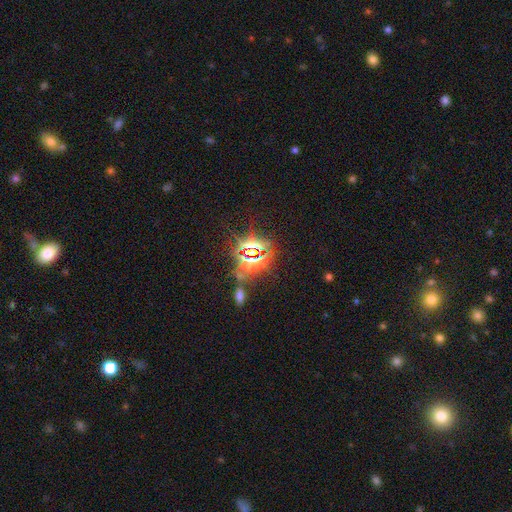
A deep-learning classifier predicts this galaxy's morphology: A star or artifact, not a galaxy (77%).

Vote fractions:
- Smooth or featured? star or artifact: 77% / smooth: 16% / featured or disk: 7%